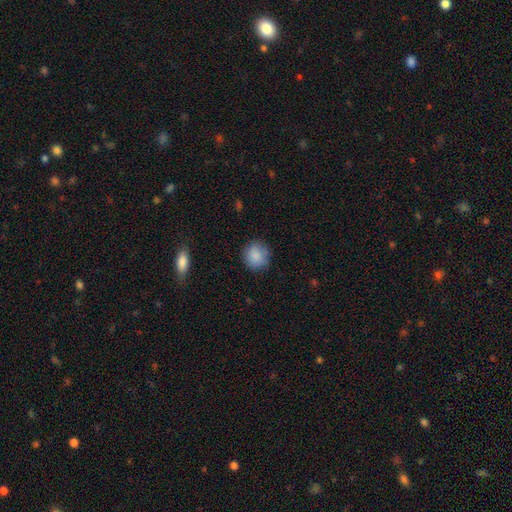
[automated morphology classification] Smooth or featured? Predicted: smooth (p=0.87). How rounded? Predicted: round (p=0.86). Merging? Predicted: none (p=0.85).